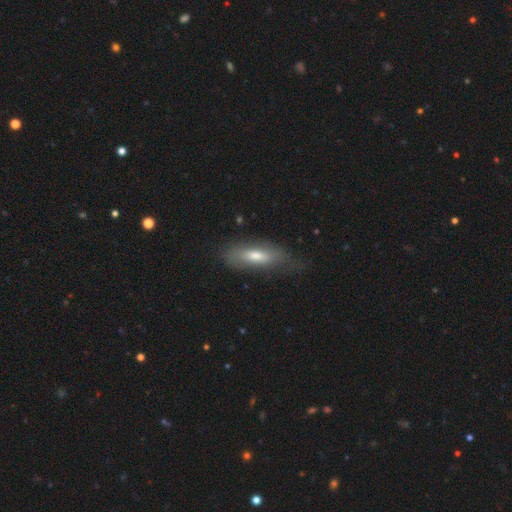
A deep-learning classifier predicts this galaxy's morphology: smooth-or-featured: smooth: 61% | featured or disk: 32% | star or artifact: 7%
  how-rounded: in between: 53% | cigar-shaped: 45% | round: 2%
  merging: none: 62% | minor disturbance: 26% | major disturbance: 10% | merger: 2%